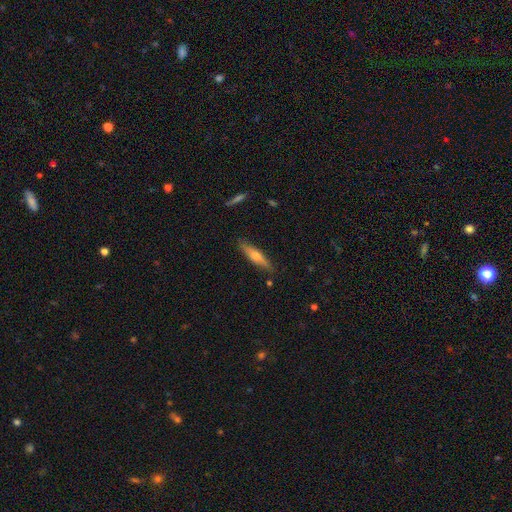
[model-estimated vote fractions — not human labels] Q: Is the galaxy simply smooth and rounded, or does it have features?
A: smooth — 52%.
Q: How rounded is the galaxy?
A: cigar-shaped — 79%.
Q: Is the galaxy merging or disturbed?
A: none — 84%.